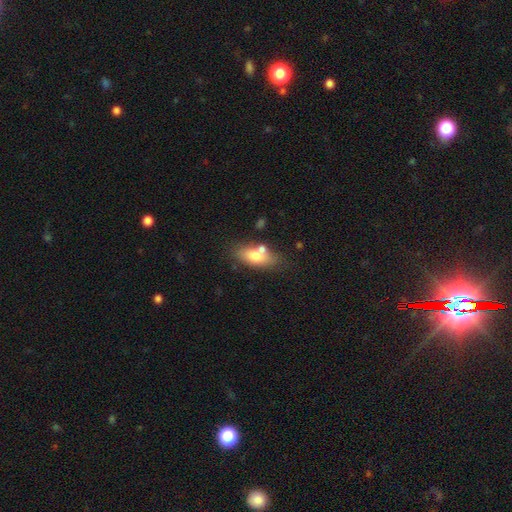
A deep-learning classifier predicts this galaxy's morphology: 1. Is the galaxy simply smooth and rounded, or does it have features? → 71% smooth, 21% featured or disk, 8% star or artifact.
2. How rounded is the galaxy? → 81% in between, 13% cigar-shaped, 6% round.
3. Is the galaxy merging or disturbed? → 62% none, 18% merger, 15% minor disturbance, 5% major disturbance.